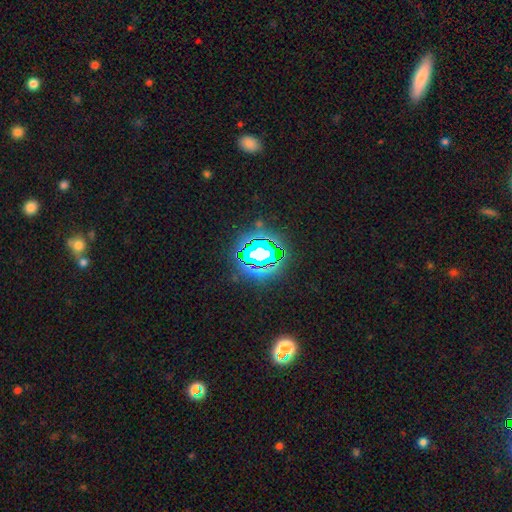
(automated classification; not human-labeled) Smooth or featured? star or artifact (77%)